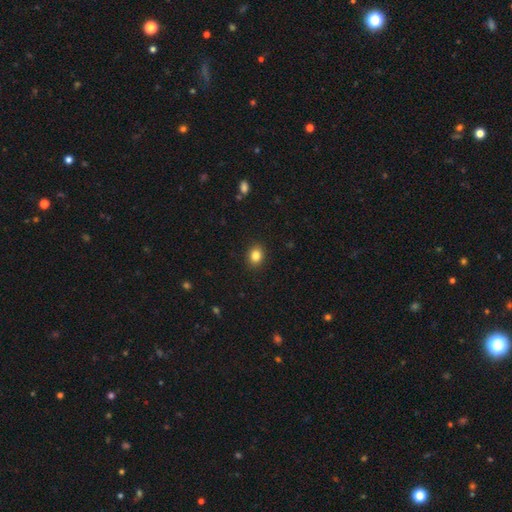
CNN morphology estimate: Smooth or featured? Predicted: smooth (p=0.84). How rounded? Predicted: round (p=0.52). Merging? Predicted: none (p=0.90).